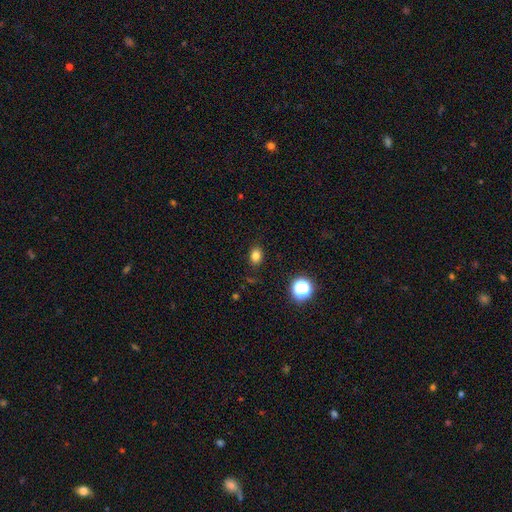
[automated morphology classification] A smooth galaxy with no disk features (80%) that is in between round and cigar-shaped (66%). Merging: none (87%).